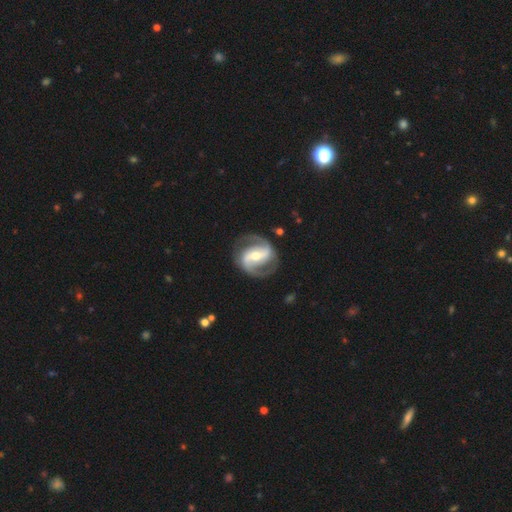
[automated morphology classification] Smooth or featured?
  - featured or disk: 90% *
  - smooth: 6%
  - star or artifact: 4%
Edge-on disk?
  - no: 97% *
  - yes: 3%
Bar?
  - strong: 54% *
  - weak: 30%
  - no: 16%
Spiral arms?
  - yes: 96% *
  - no: 4%
Spiral winding?
  - medium: 52% *
  - tight: 24%
  - loose: 23%
Spiral arm count?
  - 2: 92% *
  - can't tell: 2%
  - 3: 2%
  - 1: 2%
  - 4: 1%
  - more than 4: 1%
Bulge size?
  - moderate: 56% *
  - small: 38%
  - large: 4%
  - none: 1%
  - dominant: 1%
Merging?
  - none: 82% *
  - minor disturbance: 11%
  - major disturbance: 5%
  - merger: 1%